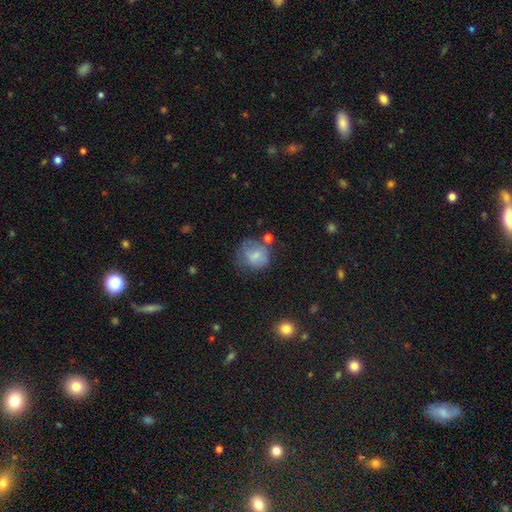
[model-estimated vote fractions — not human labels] Smooth or featured?
  - smooth: 68% *
  - featured or disk: 22%
  - star or artifact: 10%
How rounded?
  - round: 76% *
  - in between: 23%
  - cigar-shaped: 1%
Merging?
  - none: 47% *
  - minor disturbance: 27%
  - major disturbance: 18%
  - merger: 9%